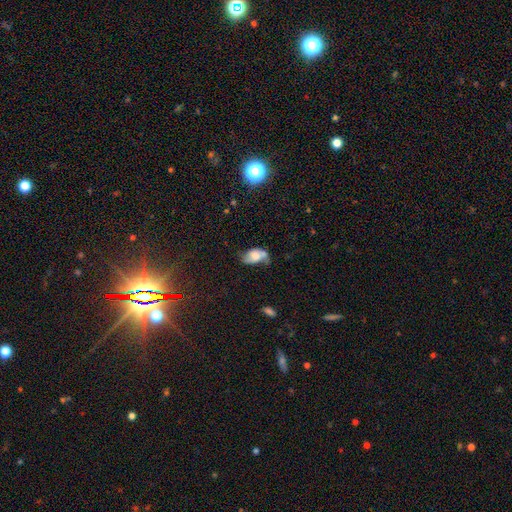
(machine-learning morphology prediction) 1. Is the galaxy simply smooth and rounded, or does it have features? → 47% smooth, 42% featured or disk, 11% star or artifact.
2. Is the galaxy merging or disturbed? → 33% none, 31% minor disturbance, 20% major disturbance, 16% merger.